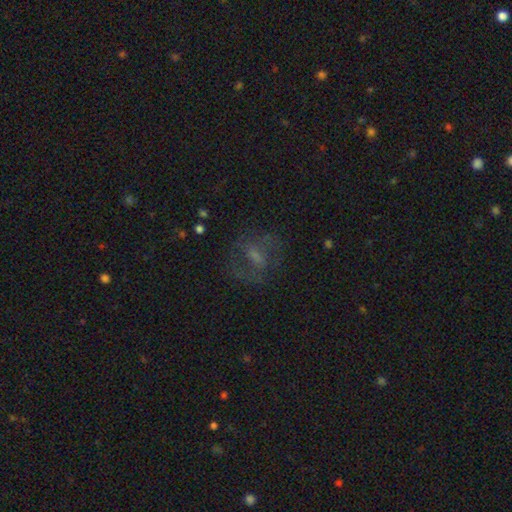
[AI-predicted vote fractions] smooth-or-featured: featured or disk: 49% | star or artifact: 27% | smooth: 24%
  merging: none: 72% | minor disturbance: 14% | major disturbance: 13% | merger: 2%